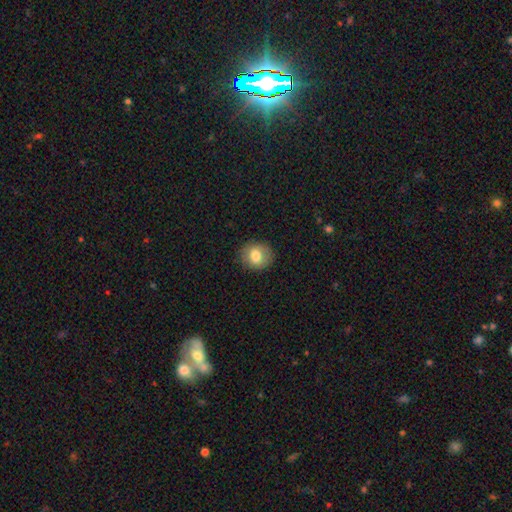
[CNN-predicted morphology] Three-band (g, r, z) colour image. It shows a smooth galaxy with no disk features (79%) that is round (70%). Merging: none (86%).